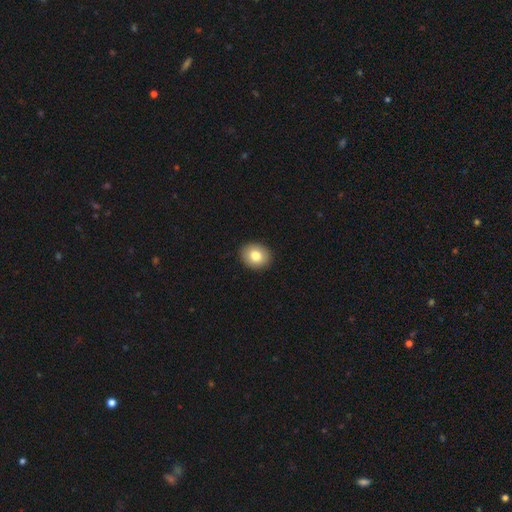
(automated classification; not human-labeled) The model was most divided on "how rounded": round: 63%, in between: 36%, cigar-shaped: 1%. More confident: merging — none (92%); smooth or featured — smooth (79%).